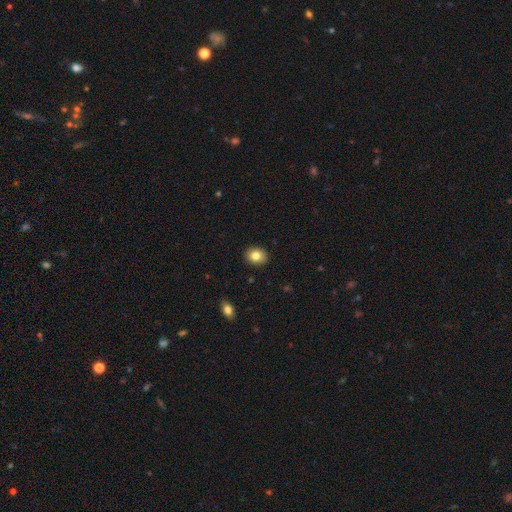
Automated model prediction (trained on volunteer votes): smooth 82%, star or artifact 9%, featured or disk 9%. Down the decision tree: how rounded — round (57%); merging — none (90%).